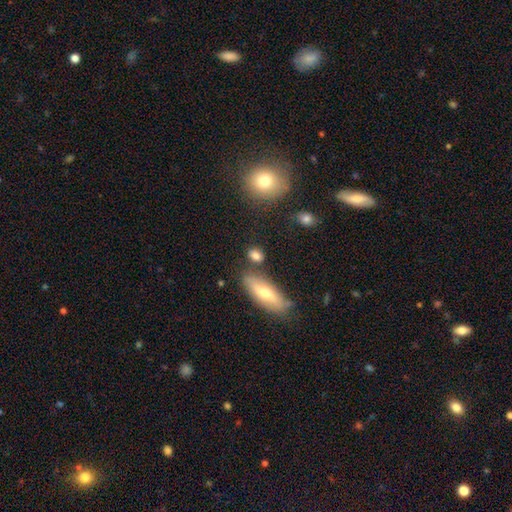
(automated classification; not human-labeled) Smooth or featured? smooth (78%)
How rounded? in between (58%)
Merging? none (74%)